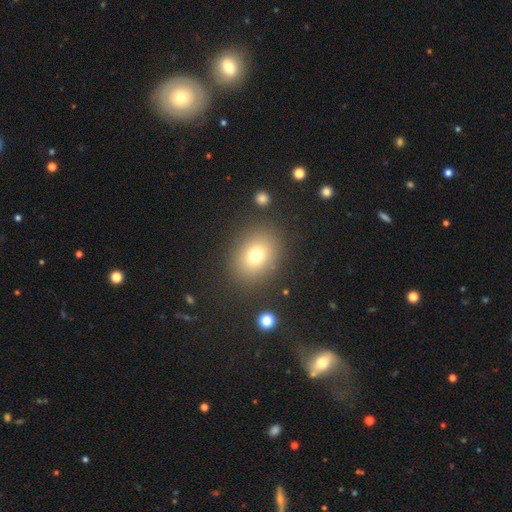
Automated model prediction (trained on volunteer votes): A smooth galaxy with no disk features (75%) that is in between round and cigar-shaped (51%). Merging: none (85%).